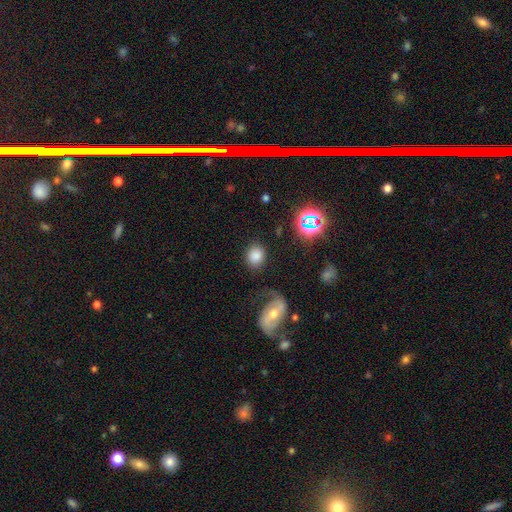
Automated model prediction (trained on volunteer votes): Morphology: type=smooth (77%); roundness=round (66%); merging=none (77%).